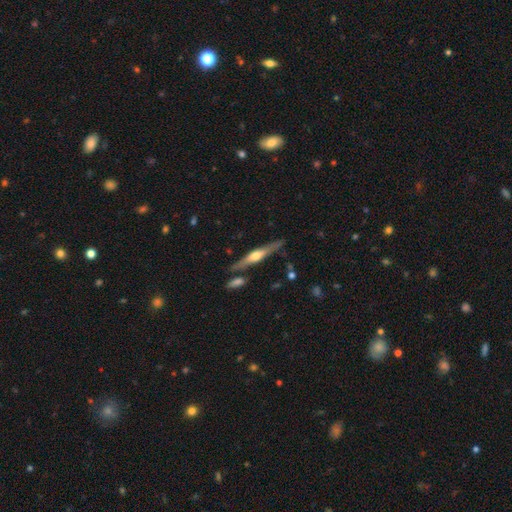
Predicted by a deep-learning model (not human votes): featured or disk 69%, smooth 25%, star or artifact 6%. Down the decision tree: edge-on disk — yes (96%); edge-on bulge — rounded (89%); merging — none (80%).